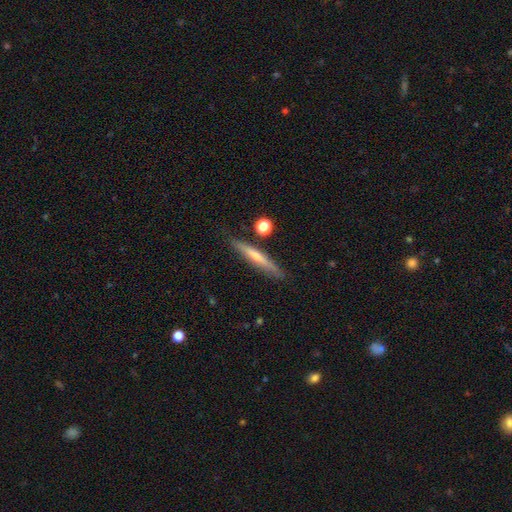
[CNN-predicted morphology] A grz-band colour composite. It shows a featured or disk galaxy (51%) viewed edge-on (94%). Merging: none (85%).